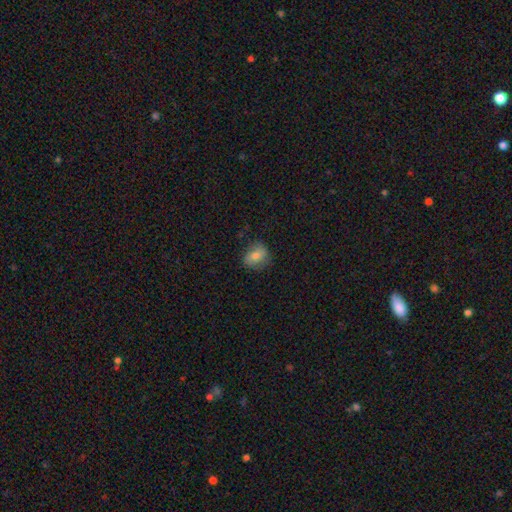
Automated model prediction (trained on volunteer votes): Smooth or featured? Predicted: smooth (p=0.73). How rounded? Predicted: round (p=0.55). Merging? Predicted: none (p=0.77).